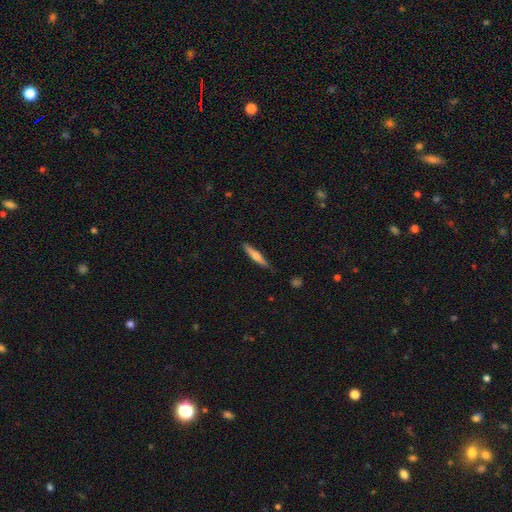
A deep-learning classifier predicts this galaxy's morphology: type=smooth (49%); merging=none (87%).